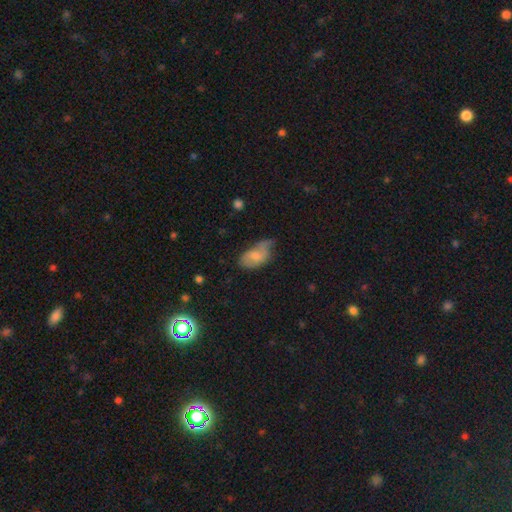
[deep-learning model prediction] Morphology: type=smooth (61%); roundness=in between (93%); merging=minor disturbance (41%).